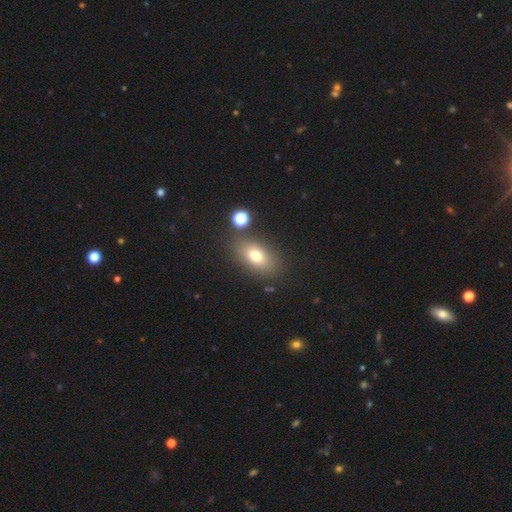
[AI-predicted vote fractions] smooth-or-featured: smooth: 74% | featured or disk: 15% | star or artifact: 11%
  how-rounded: in between: 85% | round: 12% | cigar-shaped: 4%
  merging: none: 80% | minor disturbance: 11% | merger: 6% | major disturbance: 4%